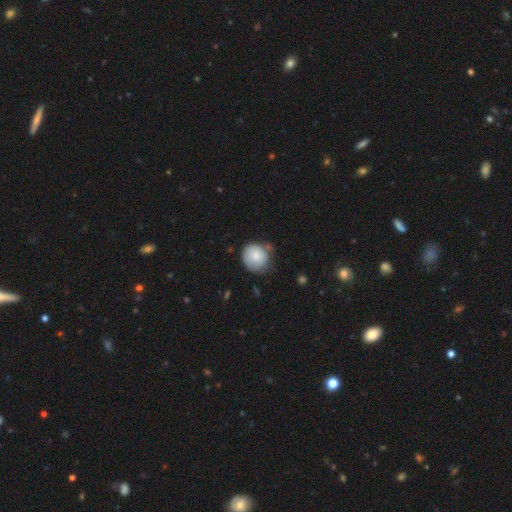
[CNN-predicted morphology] Smooth or featured? Predicted: smooth (p=0.80). How rounded? Predicted: round (p=0.83). Merging? Predicted: none (p=0.60).